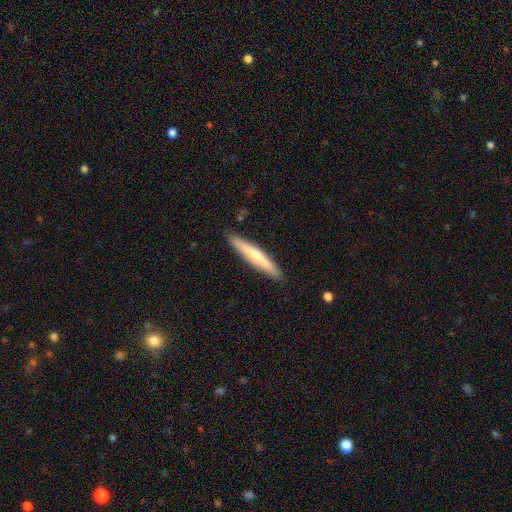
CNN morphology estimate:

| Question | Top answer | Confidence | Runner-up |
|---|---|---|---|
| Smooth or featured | smooth | 58% | featured or disk (37%) |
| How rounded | cigar-shaped | 94% | in between (5%) |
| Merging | none | 89% | minor disturbance (8%) |